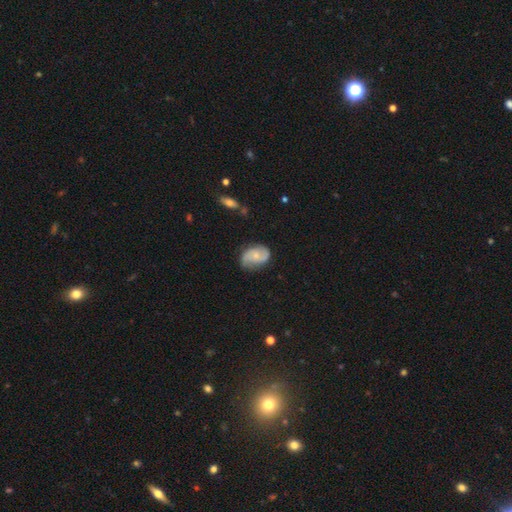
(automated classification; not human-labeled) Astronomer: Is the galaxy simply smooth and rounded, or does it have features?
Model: featured or disk — 63%.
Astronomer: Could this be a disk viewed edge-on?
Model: no — 97%.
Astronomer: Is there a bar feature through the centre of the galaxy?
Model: no — 67%.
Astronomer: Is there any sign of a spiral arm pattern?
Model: yes — 90%.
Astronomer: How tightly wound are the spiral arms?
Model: medium — 43% (runner-up: loose, 33%).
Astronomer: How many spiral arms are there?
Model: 2 — 83%.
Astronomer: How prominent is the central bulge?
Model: small — 59%.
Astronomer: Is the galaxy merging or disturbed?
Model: none — 69%.